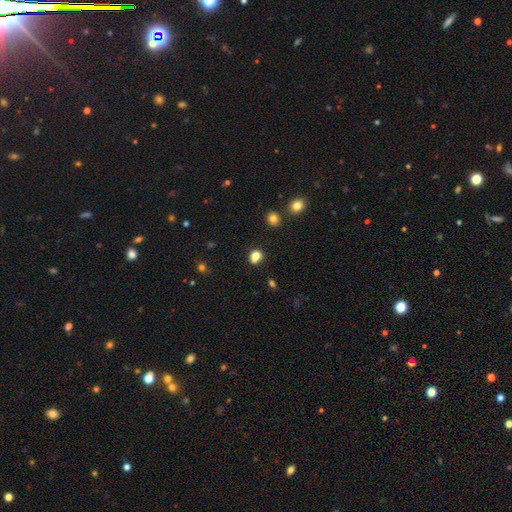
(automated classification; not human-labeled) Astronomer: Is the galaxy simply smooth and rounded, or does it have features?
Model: smooth — 78%.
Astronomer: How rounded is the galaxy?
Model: round — 66%.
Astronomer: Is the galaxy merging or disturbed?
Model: none — 66%.